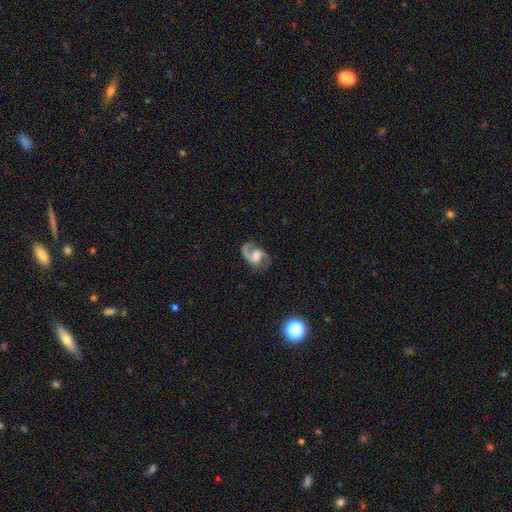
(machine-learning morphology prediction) The model was most divided on "bar": weak: 49%, no: 38%, strong: 13%. Remaining: edge-on disk — no (98%); spiral arms — yes (97%); smooth or featured — featured or disk (87%); spiral arm count — 2 (80%); merging — none (70%); spiral winding — medium (52%); bulge size — moderate (42%).